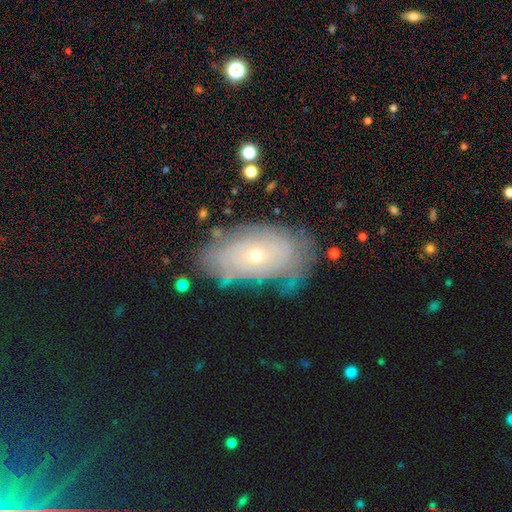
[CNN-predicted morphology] type=featured or disk (63%); edge-on=no (92%); bar=no (86%); spiral arms=yes (68%); bulge=small (70%); merging=none (68%).